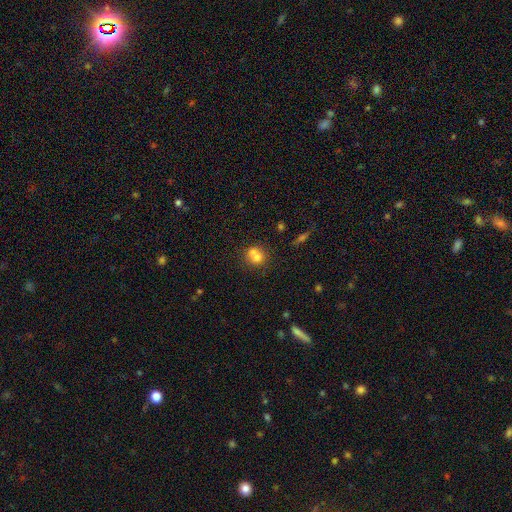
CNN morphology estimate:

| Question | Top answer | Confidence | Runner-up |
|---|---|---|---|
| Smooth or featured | smooth | 68% | featured or disk (20%) |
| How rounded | round | 82% | in between (17%) |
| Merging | merger | 55% | none (35%) |